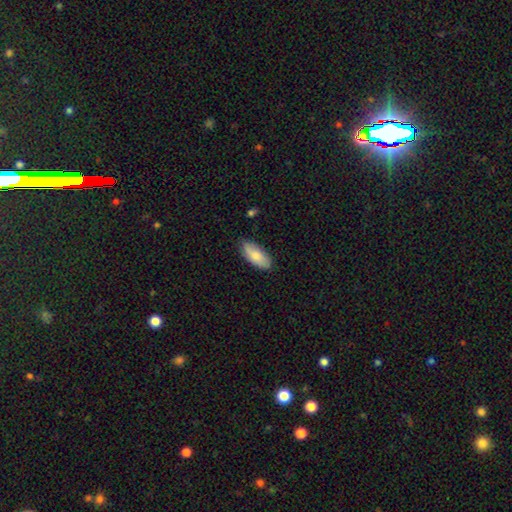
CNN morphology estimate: The model was most divided on "smooth or featured": smooth: 79%, featured or disk: 16%, star or artifact: 6%. More confident: how rounded — in between (87%); merging — none (80%).